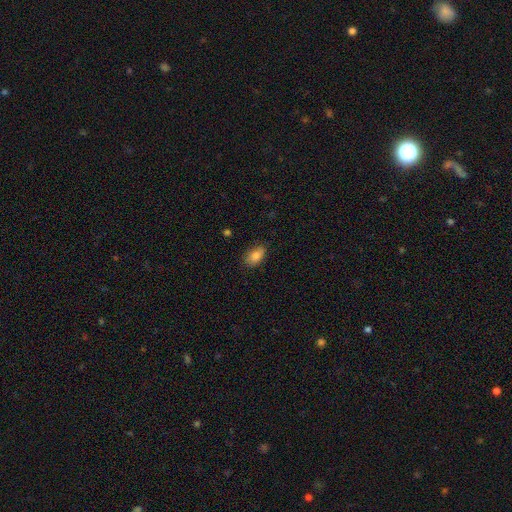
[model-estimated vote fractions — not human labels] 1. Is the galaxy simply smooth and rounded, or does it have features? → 84% smooth, 8% featured or disk, 8% star or artifact.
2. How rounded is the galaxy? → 90% in between, 8% round, 2% cigar-shaped.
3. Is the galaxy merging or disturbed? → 82% none, 14% minor disturbance, 3% major disturbance, 1% merger.